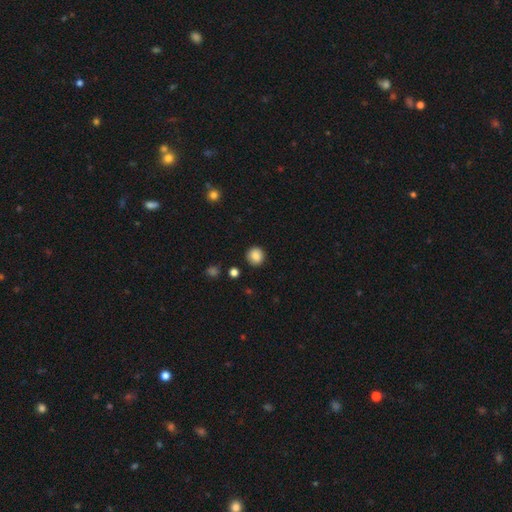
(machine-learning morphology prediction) Smooth or featured: smooth — 86% (star or artifact — 9%)
How rounded: round — 93% (in between — 6%)
Merging: none — 90% (minor disturbance — 6%)